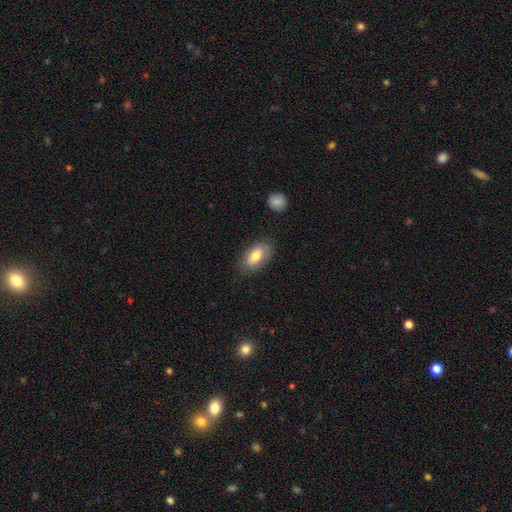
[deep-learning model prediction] The model was most divided on "smooth or featured": smooth: 76%, featured or disk: 18%, star or artifact: 7%. More confident: how rounded — in between (91%); merging — none (79%).